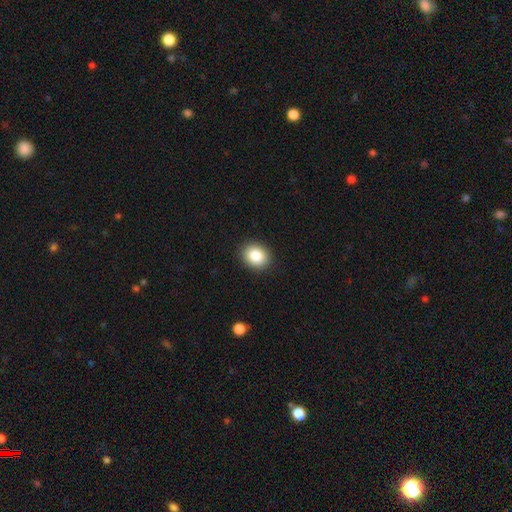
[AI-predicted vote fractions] Overall: smooth (85%). How rounded: round (61%; in between 38%). Merging: none (91%).